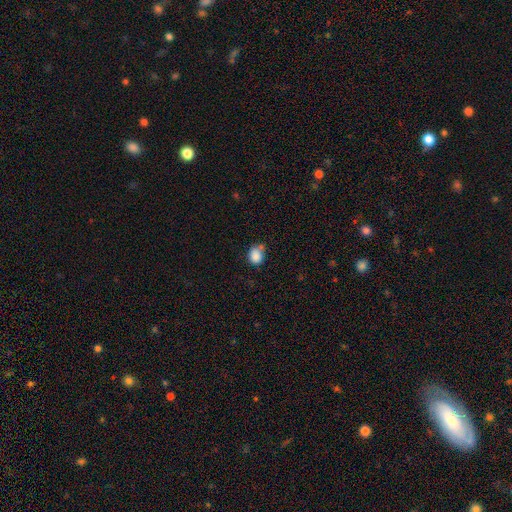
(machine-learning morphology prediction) Overall: smooth (85%). How rounded: round (60%; in between 39%). Merging: none (54%; minor disturbance 27%).